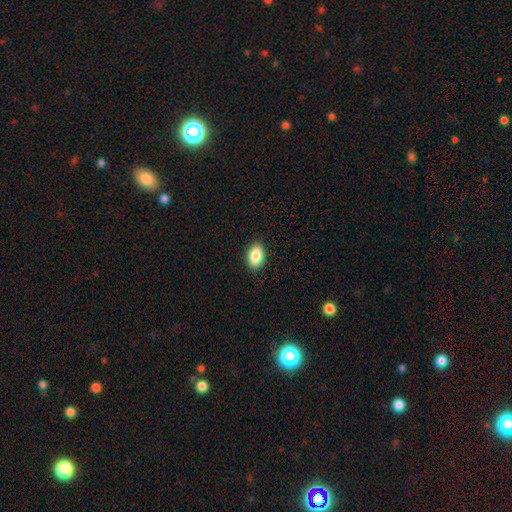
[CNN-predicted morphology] Smooth or featured?
  - smooth: 86% *
  - star or artifact: 8%
  - featured or disk: 6%
How rounded?
  - in between: 88% *
  - round: 10%
  - cigar-shaped: 2%
Merging?
  - none: 90% *
  - minor disturbance: 8%
  - major disturbance: 2%
  - merger: 1%